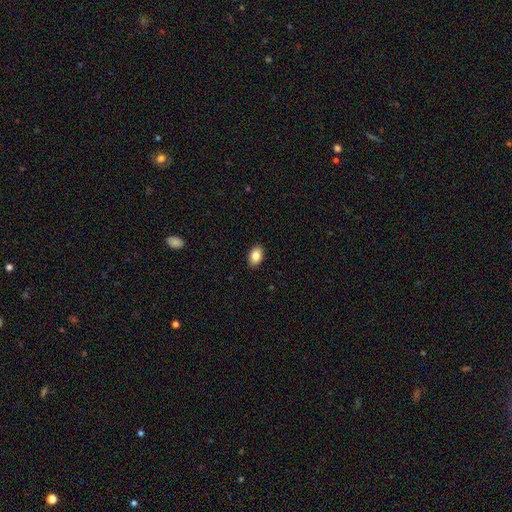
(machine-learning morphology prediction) Smooth or featured?
  - smooth: 85% *
  - star or artifact: 8%
  - featured or disk: 7%
How rounded?
  - in between: 89% *
  - round: 10%
  - cigar-shaped: 1%
Merging?
  - none: 90% *
  - minor disturbance: 7%
  - major disturbance: 2%
  - merger: 1%